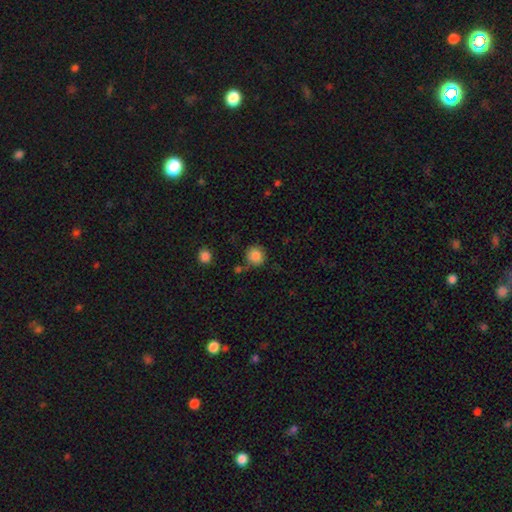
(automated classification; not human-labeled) Q: Smooth or featured?
A: smooth (85%); runner-up: star or artifact (9%)
Q: How rounded?
A: round (89%); runner-up: in between (10%)
Q: Merging?
A: none (76%); runner-up: minor disturbance (13%)